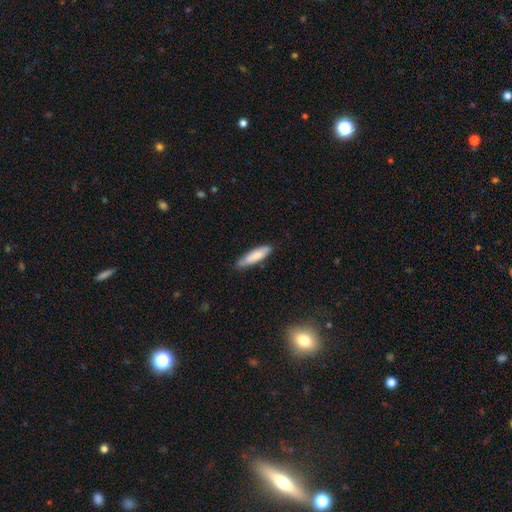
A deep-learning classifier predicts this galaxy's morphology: Smooth or featured?
  - smooth: 79% *
  - featured or disk: 15%
  - star or artifact: 6%
How rounded?
  - cigar-shaped: 69% *
  - in between: 30%
  - round: 1%
Merging?
  - none: 76% *
  - minor disturbance: 20%
  - major disturbance: 3%
  - merger: 1%